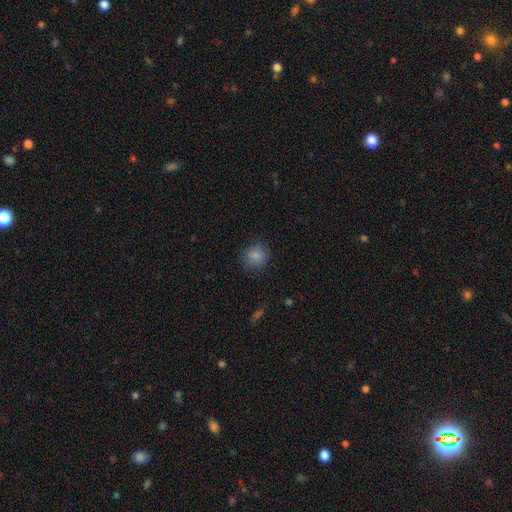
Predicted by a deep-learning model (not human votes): The model was most divided on "how rounded": round: 81%, in between: 18%, cigar-shaped: 1%. More confident: smooth or featured — smooth (85%); merging — none (81%).